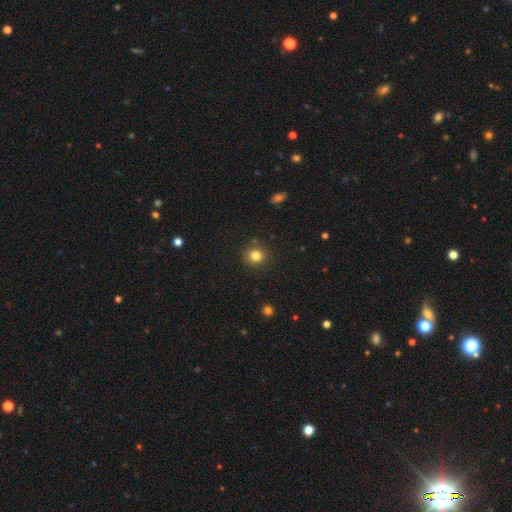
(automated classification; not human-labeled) This appears to be a smooth galaxy with no disk features (82%) that is round (91%). Merging: none (87%).